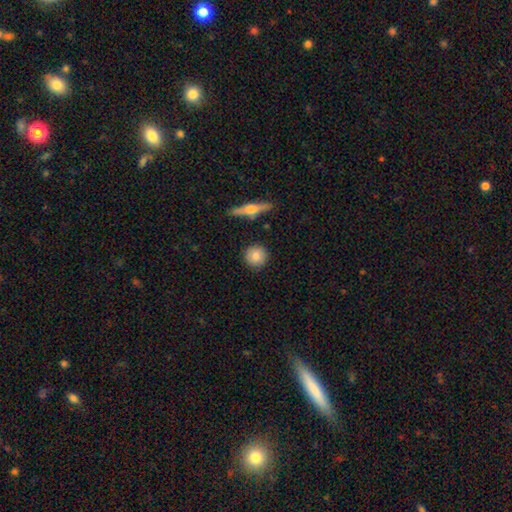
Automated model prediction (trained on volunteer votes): This appears to be a smooth galaxy with no disk features (80%) that is round (93%). Merging: none (89%).